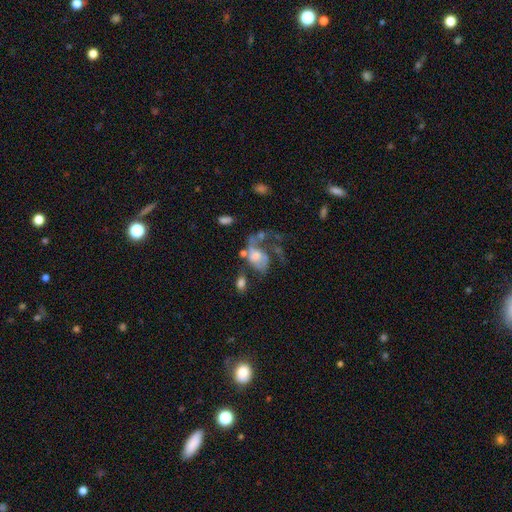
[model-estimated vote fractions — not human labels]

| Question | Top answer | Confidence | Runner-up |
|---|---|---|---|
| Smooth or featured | featured or disk | 65% | smooth (24%) |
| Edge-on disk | no | 97% | yes (3%) |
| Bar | no | 72% | weak (23%) |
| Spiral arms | yes | 68% | no (32%) |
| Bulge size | moderate | 40% | small (26%) |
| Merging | major disturbance | 45% | none (22%) |